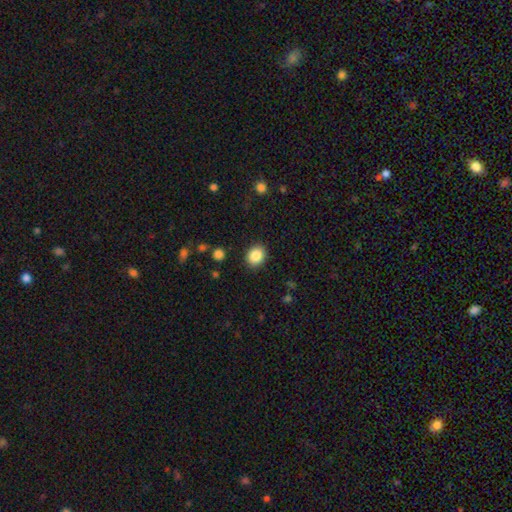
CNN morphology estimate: type=smooth (87%); roundness=round (58%); merging=none (89%).